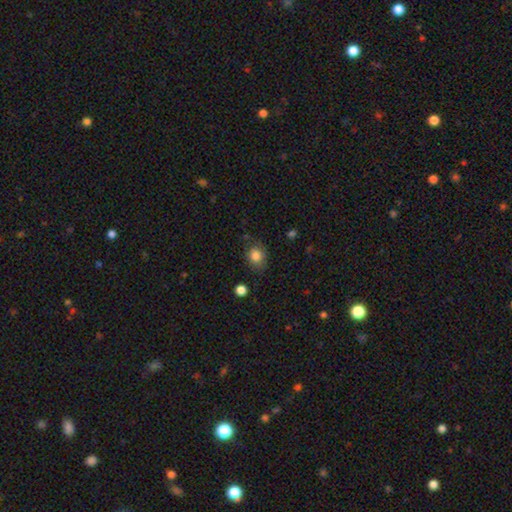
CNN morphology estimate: type=smooth (83%); roundness=round (55%); merging=none (73%).